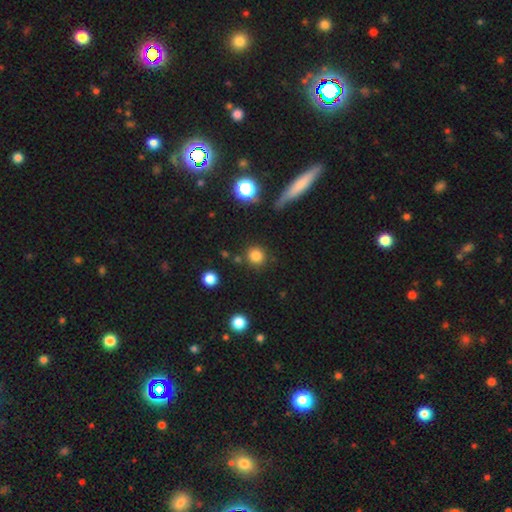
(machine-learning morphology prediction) smooth_or_featured: smooth (p=0.82) [alt: star or artifact p=0.13]
how_rounded: round (p=0.90) [alt: in between p=0.09]
merging: none (p=0.85) [alt: minor disturbance p=0.08]